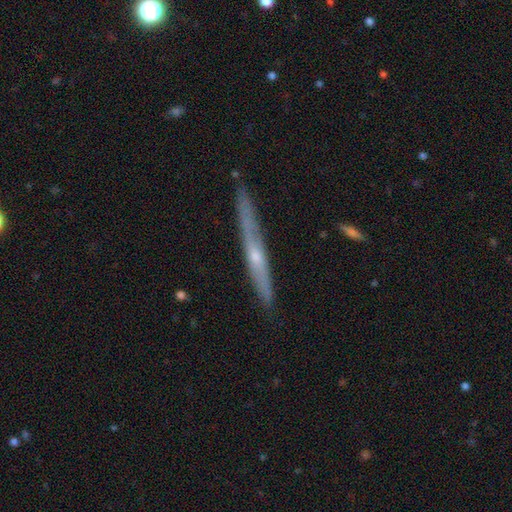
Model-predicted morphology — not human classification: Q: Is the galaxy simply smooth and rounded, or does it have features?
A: featured or disk — 71%.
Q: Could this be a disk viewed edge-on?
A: yes — 95%.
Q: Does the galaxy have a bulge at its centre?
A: rounded — 63%.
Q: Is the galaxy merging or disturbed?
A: none — 85%.